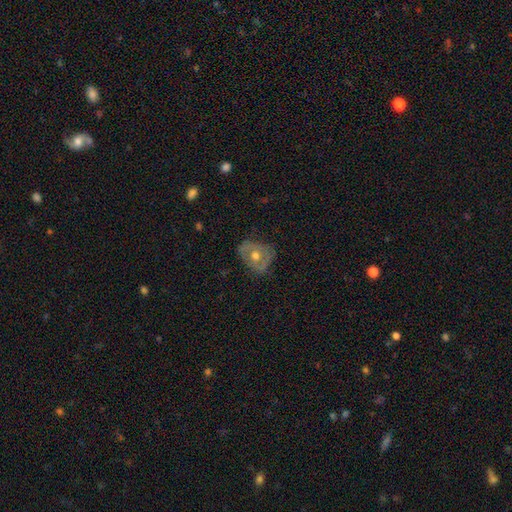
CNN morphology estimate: The model was most divided on "smooth or featured": featured or disk: 59%, smooth: 33%, star or artifact: 8%. More confident: edge-on disk — no (94%); bar — no (82%); bulge size — moderate (78%); merging — none (67%); spiral arms — no (65%).